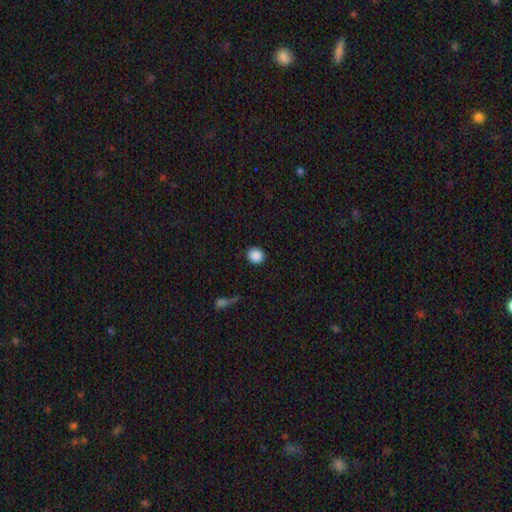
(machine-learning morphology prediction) This is clearly a smooth galaxy (89%). How rounded: clearly round (84%). Merging: clearly none (89%).